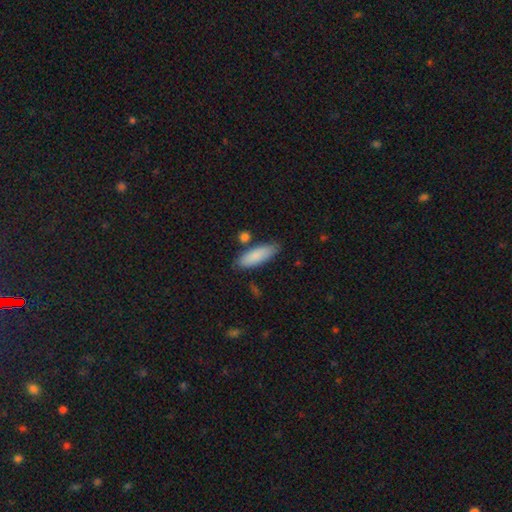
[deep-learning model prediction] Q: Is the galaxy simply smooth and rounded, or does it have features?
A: smooth — 85%.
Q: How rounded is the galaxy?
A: in between — 62%.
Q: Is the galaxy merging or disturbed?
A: none — 77%.